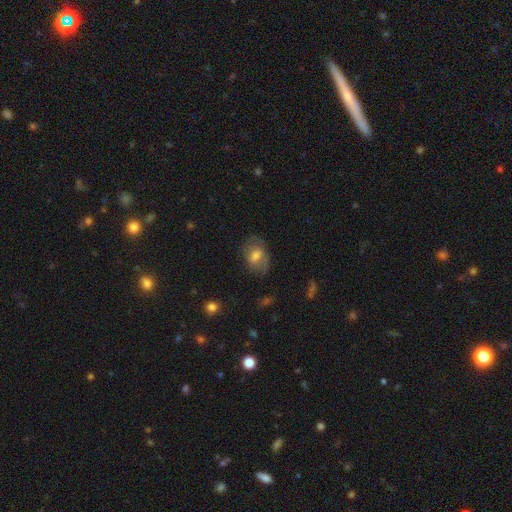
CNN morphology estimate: smooth 58%, featured or disk 33%, star or artifact 9%. Down the decision tree: how rounded — in between (76%); merging — none (64%).